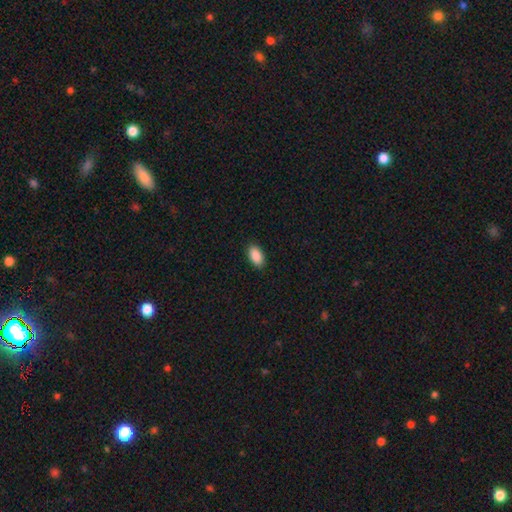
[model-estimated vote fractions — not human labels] Smooth or featured? Predicted: smooth (p=0.90). How rounded? Predicted: in between (p=0.94). Merging? Predicted: none (p=0.90).